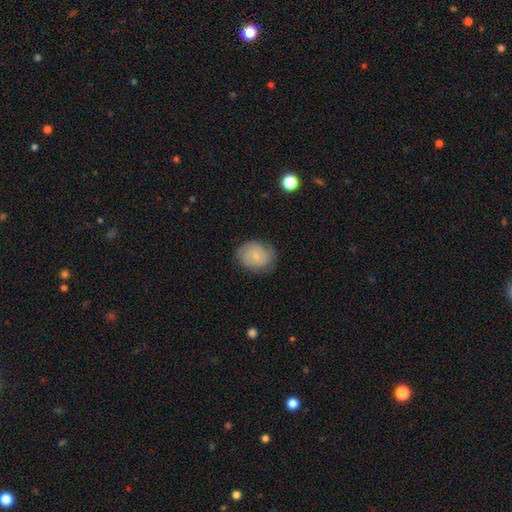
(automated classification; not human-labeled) This appears to be a smooth galaxy with no disk features (56%) that is round (52%). Merging: none (79%).